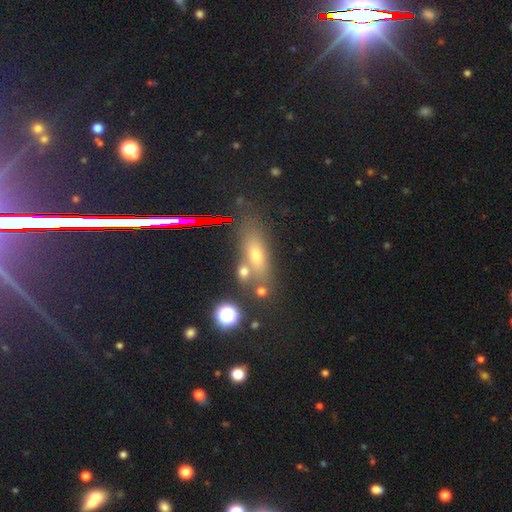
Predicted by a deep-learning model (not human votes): Smooth or featured? smooth (58%)
How rounded? in between (53%)
Merging? none (60%)